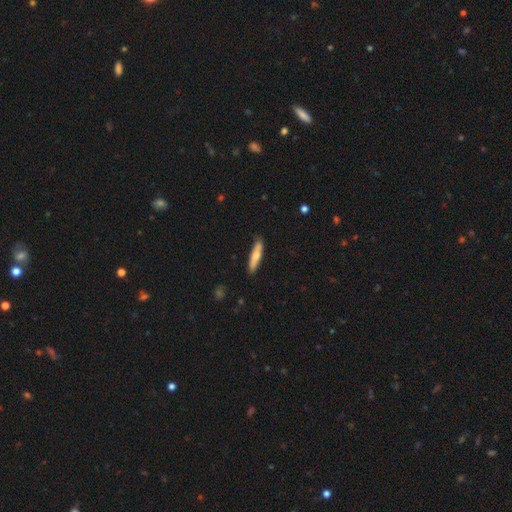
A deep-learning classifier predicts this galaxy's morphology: Q: Smooth or featured?
A: smooth (66%); runner-up: featured or disk (28%)
Q: How rounded?
A: cigar-shaped (84%); runner-up: in between (14%)
Q: Merging?
A: none (83%); runner-up: minor disturbance (13%)